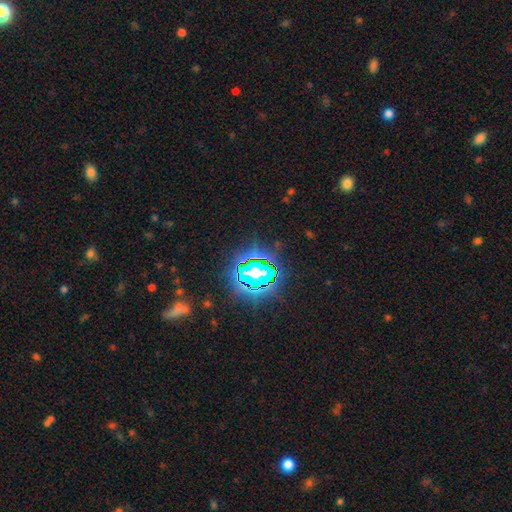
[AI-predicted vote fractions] Morphology: type=star or artifact (80%).